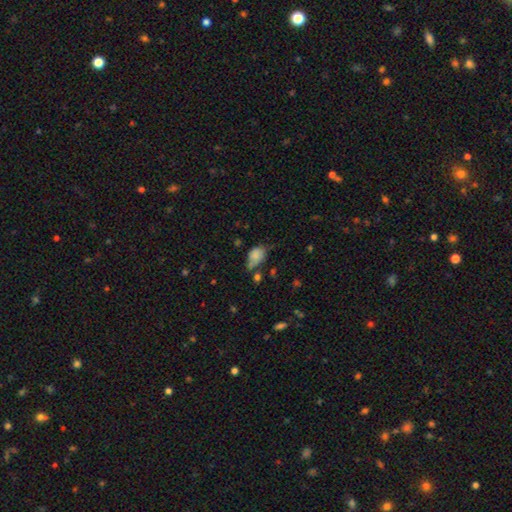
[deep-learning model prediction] This appears to be a smooth galaxy with no disk features (67%) that is in between round and cigar-shaped (76%). Merging: minor disturbance (35%, tied with none).